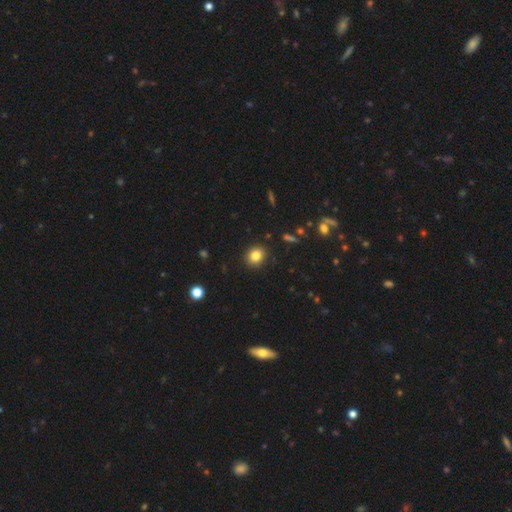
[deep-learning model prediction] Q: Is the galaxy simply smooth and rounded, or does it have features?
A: smooth — 82%.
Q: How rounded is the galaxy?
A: round — 74%.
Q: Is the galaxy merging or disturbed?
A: none — 90%.